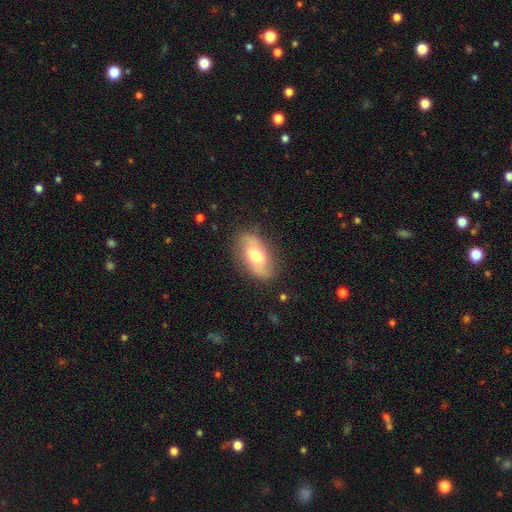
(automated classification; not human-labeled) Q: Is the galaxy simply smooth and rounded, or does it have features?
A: featured or disk — 47%.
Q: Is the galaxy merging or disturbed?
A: none — 80%.